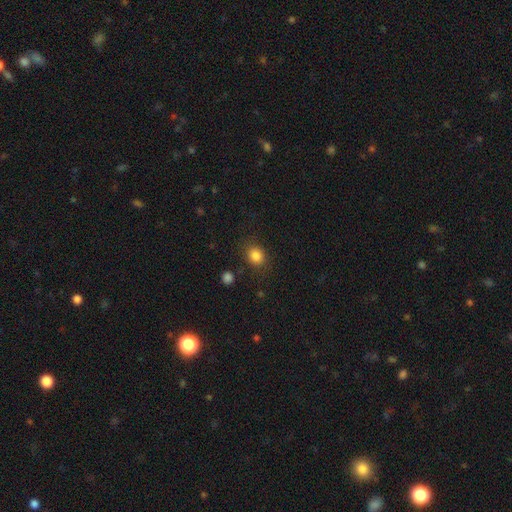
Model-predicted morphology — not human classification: smooth 85%, star or artifact 10%, featured or disk 5%. Down the decision tree: how rounded — round (53%); merging — none (80%).